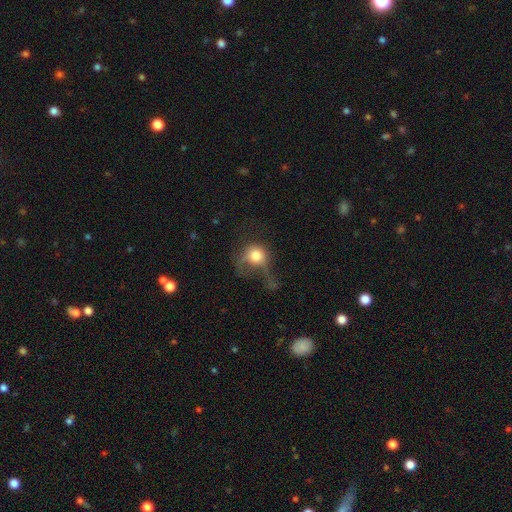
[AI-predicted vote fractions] Overall: smooth (69%). How rounded: round (74%). Merging: major disturbance (52%; none 22%).